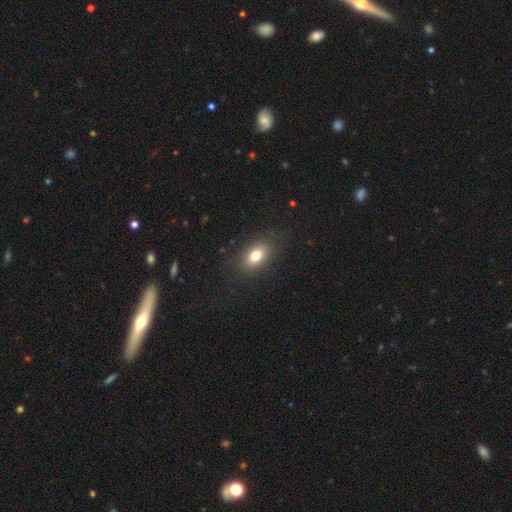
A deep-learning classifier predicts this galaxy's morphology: The model was most divided on "smooth or featured": smooth: 78%, featured or disk: 12%, star or artifact: 10%. More confident: merging — none (85%); how rounded — in between (85%).